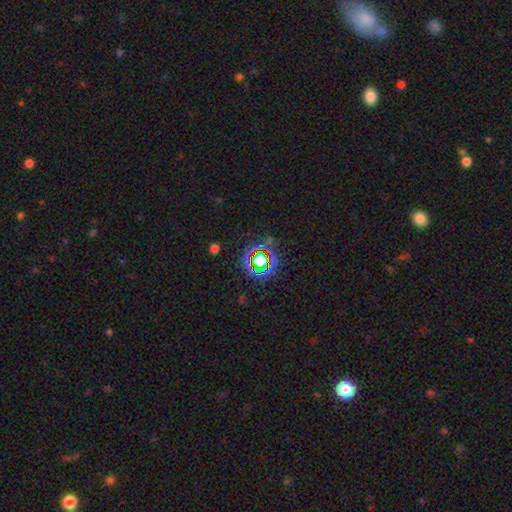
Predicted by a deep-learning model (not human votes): Smooth or featured: star or artifact — 76% (smooth — 14%)